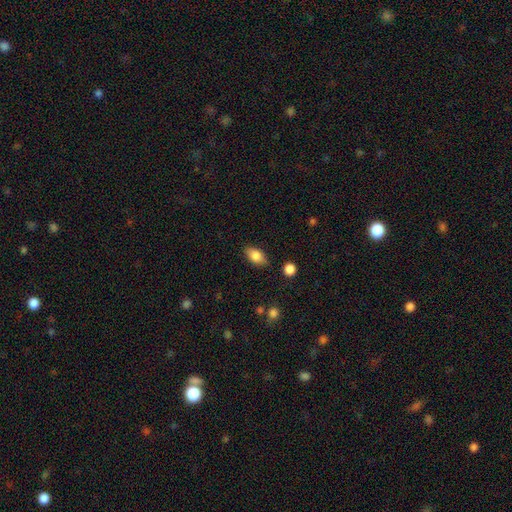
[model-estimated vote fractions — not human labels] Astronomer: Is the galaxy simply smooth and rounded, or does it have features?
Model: smooth — 80%.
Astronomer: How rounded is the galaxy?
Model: in between — 88%.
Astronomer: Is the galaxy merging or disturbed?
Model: none — 84%.